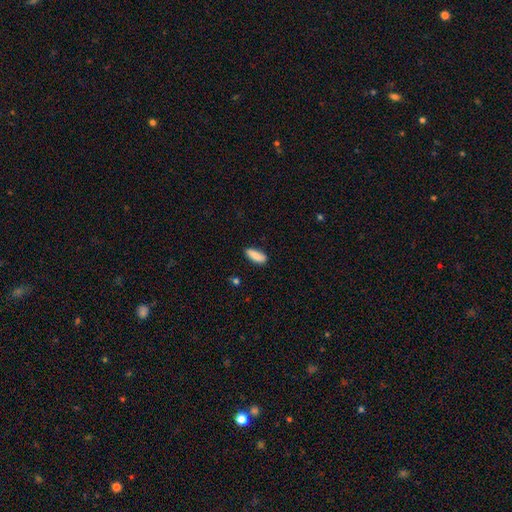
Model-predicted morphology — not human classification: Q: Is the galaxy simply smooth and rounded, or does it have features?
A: smooth — 86%.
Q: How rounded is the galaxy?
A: in between — 69%.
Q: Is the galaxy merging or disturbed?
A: none — 82%.